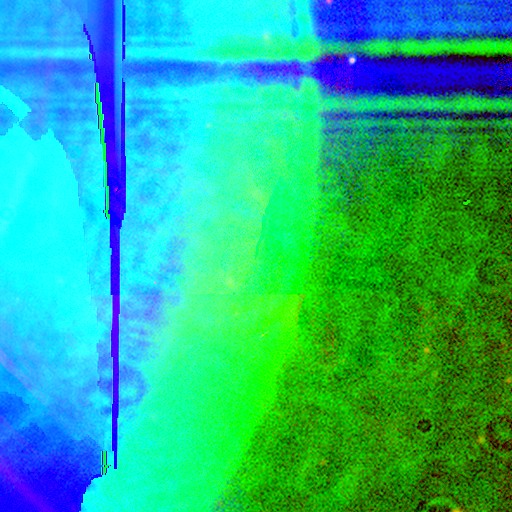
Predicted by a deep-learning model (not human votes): A star or artifact, not a galaxy (79%).

Vote fractions:
- Smooth or featured? star or artifact: 79% / featured or disk: 13% / smooth: 8%